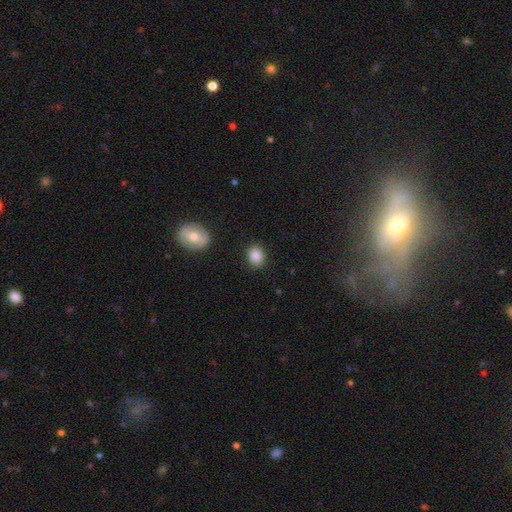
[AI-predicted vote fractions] smooth 87%, star or artifact 8%, featured or disk 5%. Down the decision tree: how rounded — in between (52%); merging — none (86%).